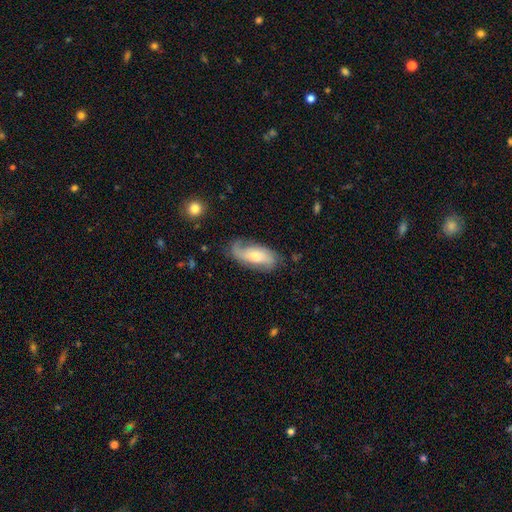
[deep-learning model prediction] A featured or disk galaxy (59%) with no bar (61%), spiral arms (88%) and a moderate central bulge (46%).

Vote fractions:
- Smooth or featured? featured or disk: 59% / smooth: 34% / star or artifact: 7%
- Edge-on disk? no: 90% / yes: 10%
- Bar? no: 61% / weak: 30% / strong: 9%
- Spiral arms? yes: 88% / no: 12%
- Bulge size? moderate: 46% / small: 35% / large: 11% / none: 6% / dominant: 2%
- Merging? none: 61% / minor disturbance: 24% / major disturbance: 13% / merger: 2%